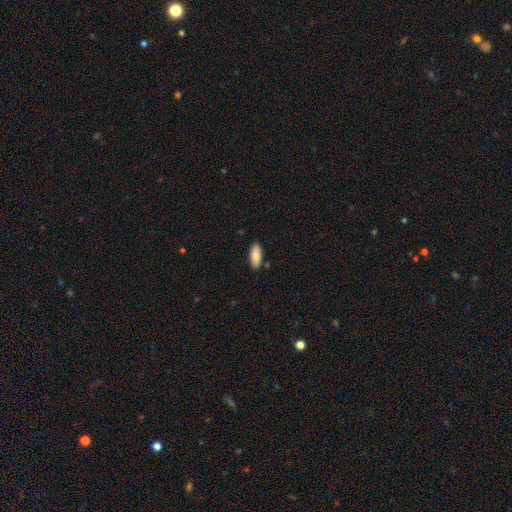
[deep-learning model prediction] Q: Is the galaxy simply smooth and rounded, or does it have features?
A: smooth — 86%.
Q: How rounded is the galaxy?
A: in between — 84%.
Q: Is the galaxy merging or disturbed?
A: none — 87%.